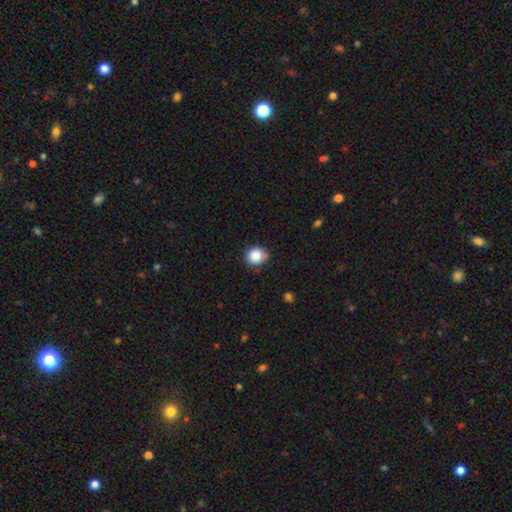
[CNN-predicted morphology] Q: Smooth or featured?
A: smooth (86%); runner-up: star or artifact (10%)
Q: How rounded?
A: round (87%); runner-up: in between (12%)
Q: Merging?
A: none (75%); runner-up: minor disturbance (20%)